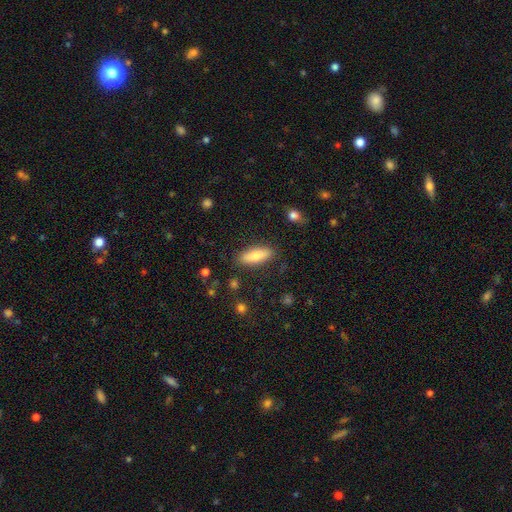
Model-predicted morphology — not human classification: smooth-or-featured: smooth: 79% | featured or disk: 15% | star or artifact: 6%
  how-rounded: in between: 56% | cigar-shaped: 42% | round: 2%
  merging: none: 85% | minor disturbance: 10% | major disturbance: 3% | merger: 2%